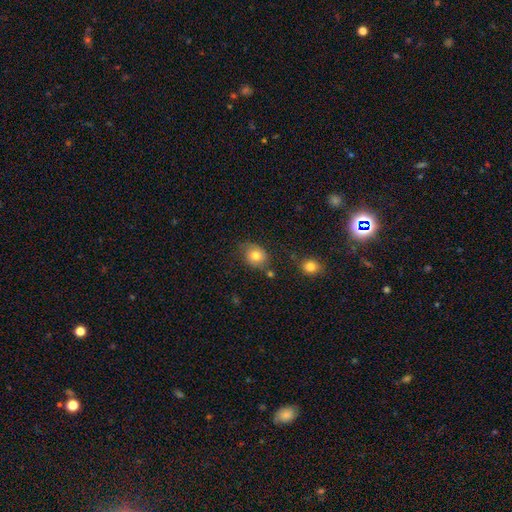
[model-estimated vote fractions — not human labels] smooth-or-featured: smooth: 79% | featured or disk: 11% | star or artifact: 9%
  how-rounded: round: 57% | in between: 42% | cigar-shaped: 1%
  merging: none: 69% | minor disturbance: 21% | merger: 5% | major disturbance: 5%